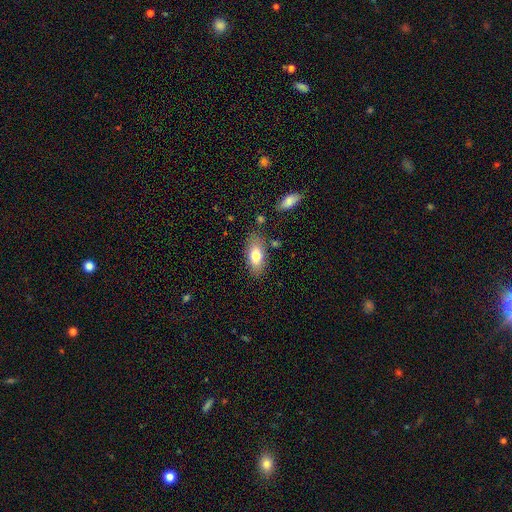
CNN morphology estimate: This appears to be a smooth galaxy with no disk features (75%) that is in between round and cigar-shaped (86%). Merging: none (79%).